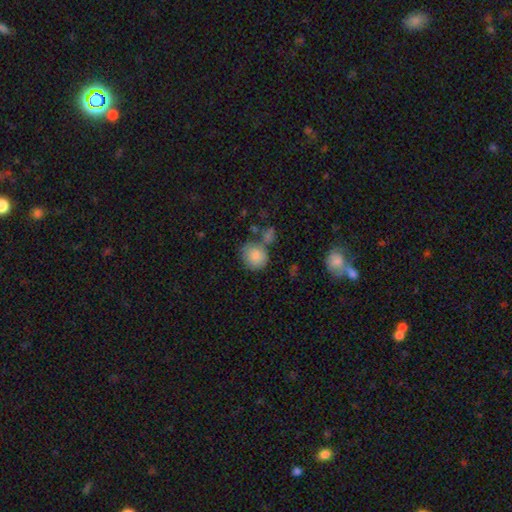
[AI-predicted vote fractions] This is clearly a smooth galaxy (84%). How rounded: likely round (76%). Merging: possibly none (55%).